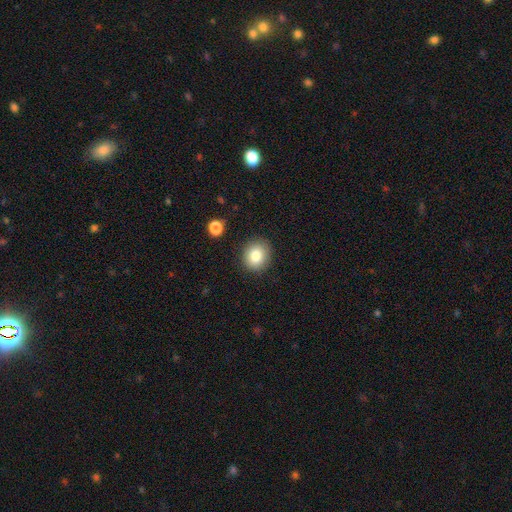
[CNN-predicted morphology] Smooth or featured?
  - smooth: 81% *
  - star or artifact: 10%
  - featured or disk: 9%
How rounded?
  - round: 75% *
  - in between: 25%
  - cigar-shaped: 1%
Merging?
  - none: 88% *
  - minor disturbance: 8%
  - major disturbance: 2%
  - merger: 2%